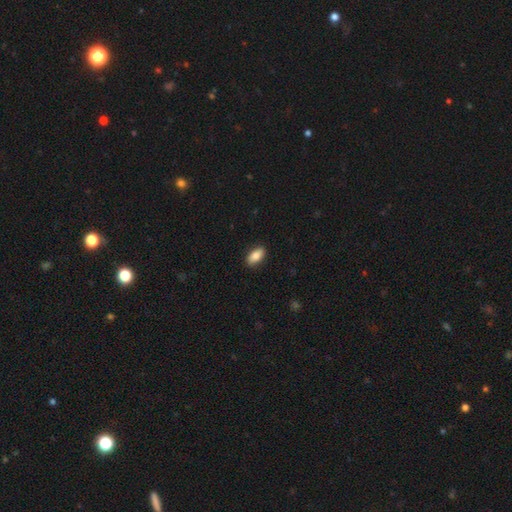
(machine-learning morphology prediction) Smooth or featured?
  - smooth: 86% *
  - featured or disk: 7%
  - star or artifact: 7%
How rounded?
  - in between: 92% *
  - cigar-shaped: 5%
  - round: 3%
Merging?
  - none: 89% *
  - minor disturbance: 8%
  - major disturbance: 2%
  - merger: 1%